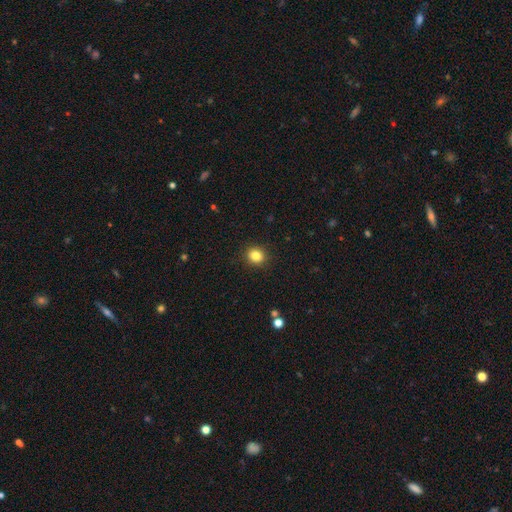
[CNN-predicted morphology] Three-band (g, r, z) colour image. It shows a smooth galaxy with no disk features (84%) that is round (77%). Merging: none (91%).